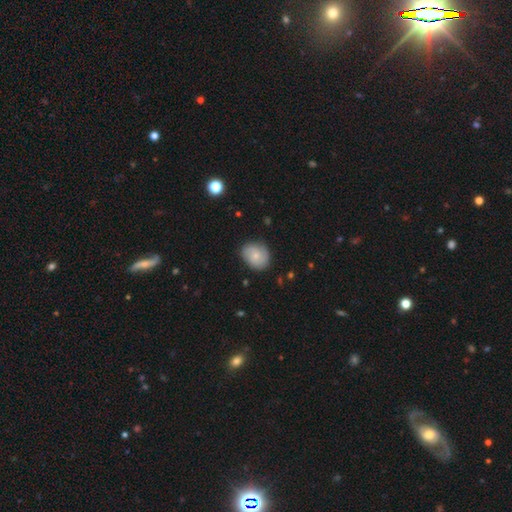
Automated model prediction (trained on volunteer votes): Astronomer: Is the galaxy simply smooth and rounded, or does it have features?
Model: smooth — 50% (runner-up: featured or disk, 43%).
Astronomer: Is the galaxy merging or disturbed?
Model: none — 77%.